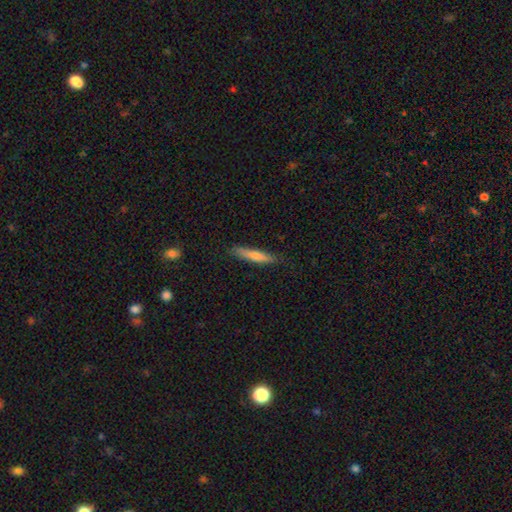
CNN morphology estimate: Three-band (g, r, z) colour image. It shows a smooth galaxy with no disk features (57%) that is cigar-shaped (93%). Merging: none (87%).